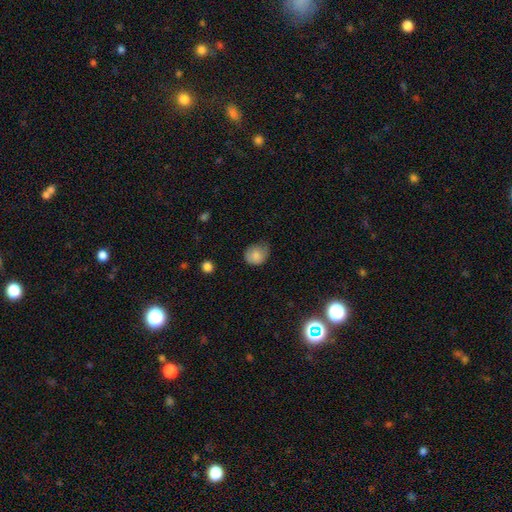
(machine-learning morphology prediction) Smooth or featured? smooth (82%)
How rounded? round (73%)
Merging? none (55%)